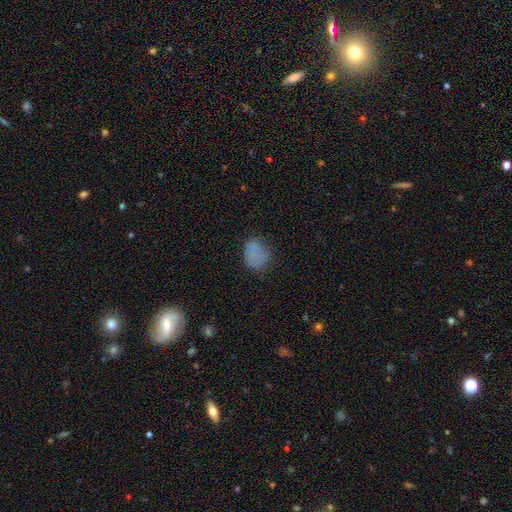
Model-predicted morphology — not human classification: Smooth or featured? Predicted: smooth (p=0.70). How rounded? Predicted: round (p=0.57). Merging? Predicted: none (p=0.60).